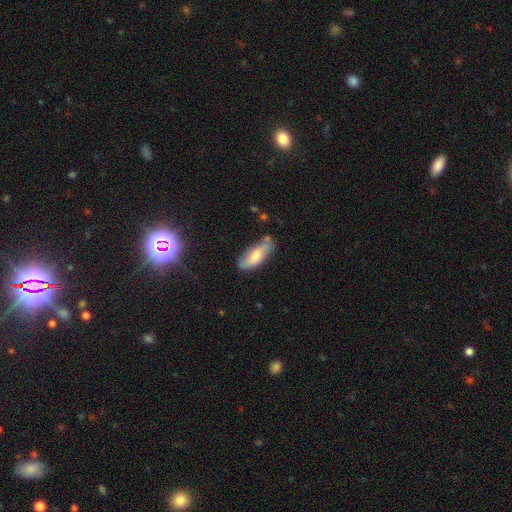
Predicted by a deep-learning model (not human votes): Morphology: type=smooth (56%); roundness=in between (71%); merging=none (64%).